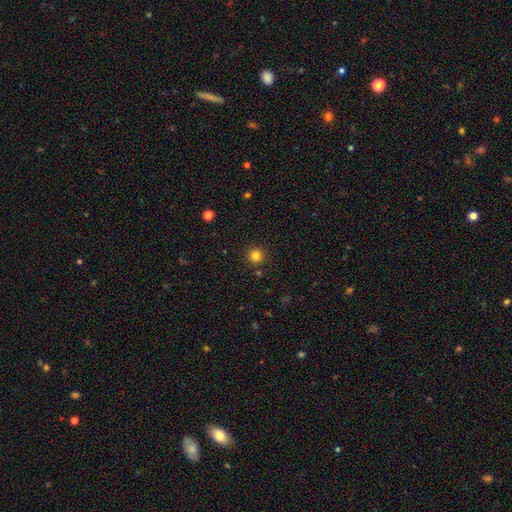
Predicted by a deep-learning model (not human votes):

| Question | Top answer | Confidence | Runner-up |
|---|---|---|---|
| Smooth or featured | smooth | 82% | star or artifact (13%) |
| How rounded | round | 95% | in between (4%) |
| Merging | none | 90% | minor disturbance (6%) |